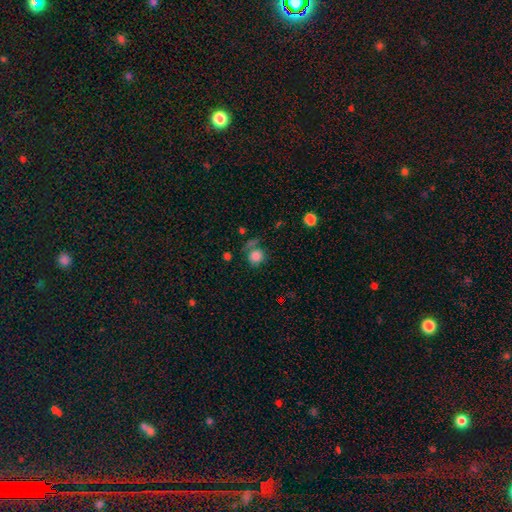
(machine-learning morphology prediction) smooth 81%, star or artifact 13%, featured or disk 7%. Down the decision tree: how rounded — round (88%); merging — none (63%).